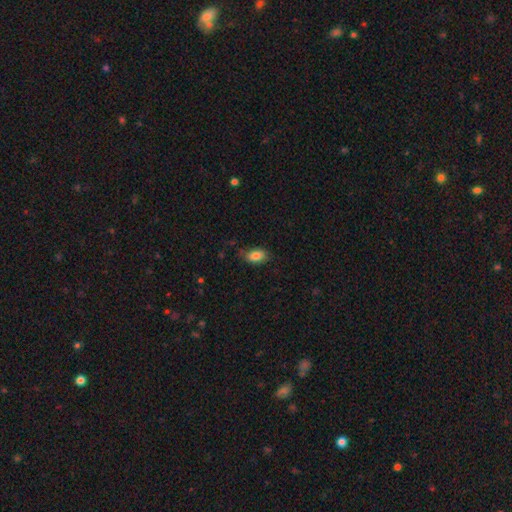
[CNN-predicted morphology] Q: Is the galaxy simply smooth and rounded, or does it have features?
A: smooth — 85%.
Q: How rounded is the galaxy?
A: in between — 90%.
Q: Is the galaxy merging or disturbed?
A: none — 76%.